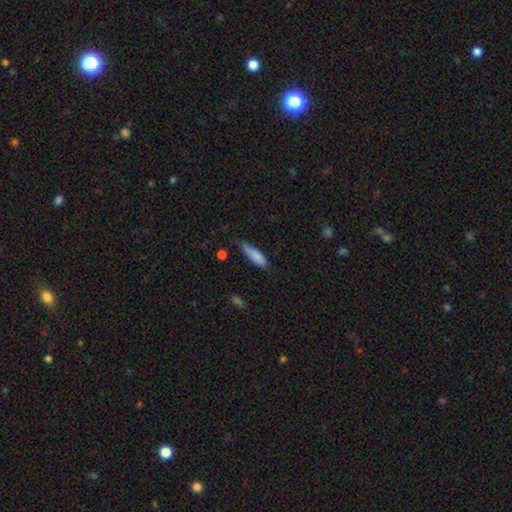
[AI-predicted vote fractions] This appears to be a smooth galaxy with no disk features (83%) that is cigar-shaped (58%). Merging: none (55%).